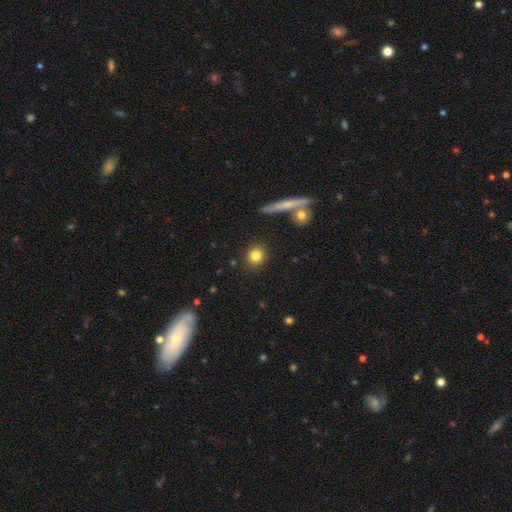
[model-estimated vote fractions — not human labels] The model was most divided on "smooth or featured": smooth: 82%, star or artifact: 10%, featured or disk: 8%. More confident: merging — none (88%); how rounded — round (87%).